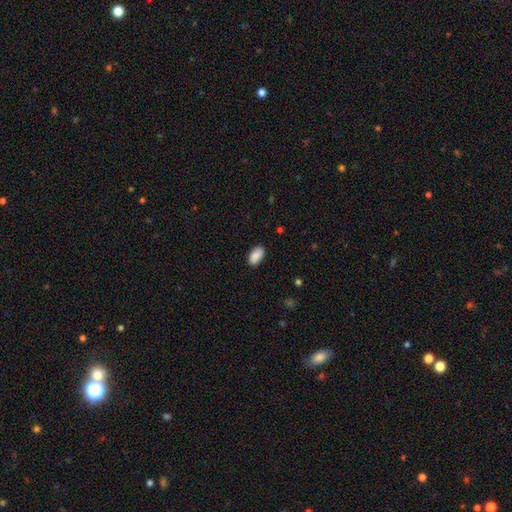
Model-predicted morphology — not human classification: smooth 89%, star or artifact 7%, featured or disk 4%. Down the decision tree: how rounded — in between (94%); merging — none (88%).